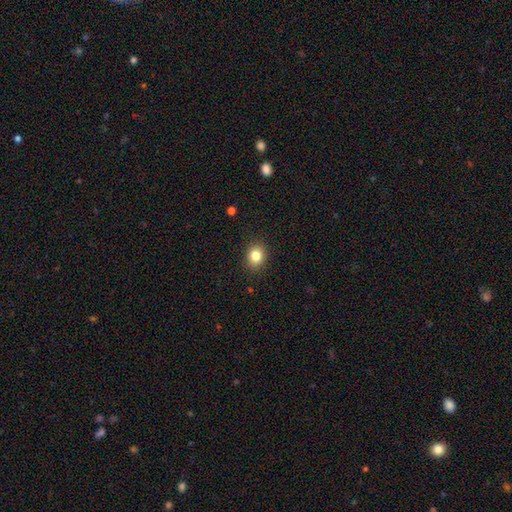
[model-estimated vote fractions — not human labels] Smooth or featured? Predicted: smooth (p=0.83). How rounded? Predicted: round (p=0.61). Merging? Predicted: none (p=0.89).